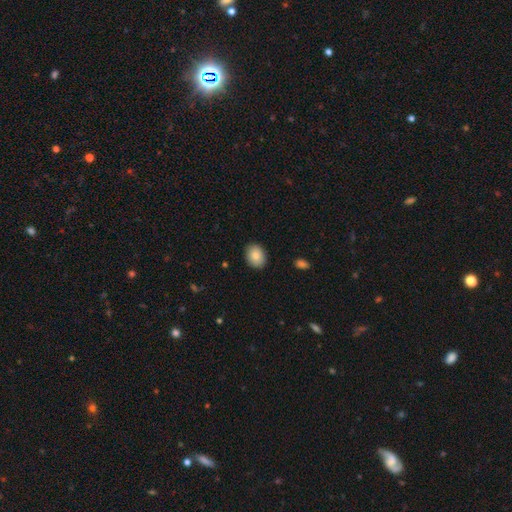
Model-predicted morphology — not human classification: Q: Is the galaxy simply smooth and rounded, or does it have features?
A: smooth — 86%.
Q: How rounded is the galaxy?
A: in between — 61%.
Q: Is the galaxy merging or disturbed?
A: none — 88%.